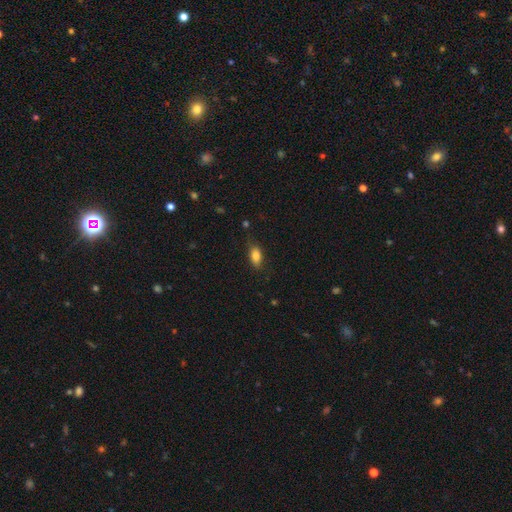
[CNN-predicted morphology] Q: Smooth or featured?
A: smooth (83%); runner-up: featured or disk (8%)
Q: How rounded?
A: in between (87%); runner-up: cigar-shaped (8%)
Q: Merging?
A: none (79%); runner-up: minor disturbance (16%)